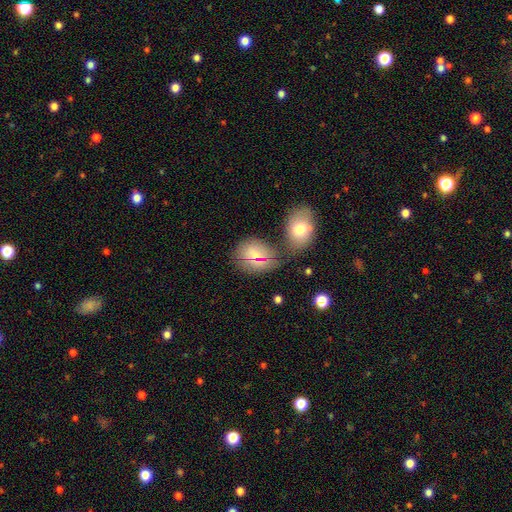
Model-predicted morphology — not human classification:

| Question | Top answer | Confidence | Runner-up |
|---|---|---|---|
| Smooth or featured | smooth | 67% | featured or disk (18%) |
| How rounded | in between | 64% | round (34%) |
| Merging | none | 59% | minor disturbance (17%) |